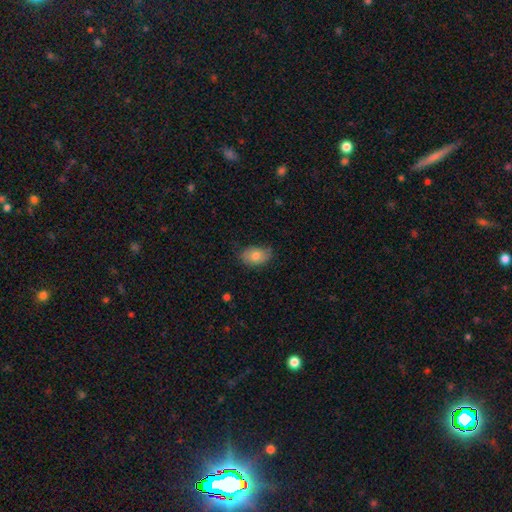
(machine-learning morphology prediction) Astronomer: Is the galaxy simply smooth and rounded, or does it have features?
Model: smooth — 77%.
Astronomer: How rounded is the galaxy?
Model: in between — 87%.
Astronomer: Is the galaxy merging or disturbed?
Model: none — 70%.